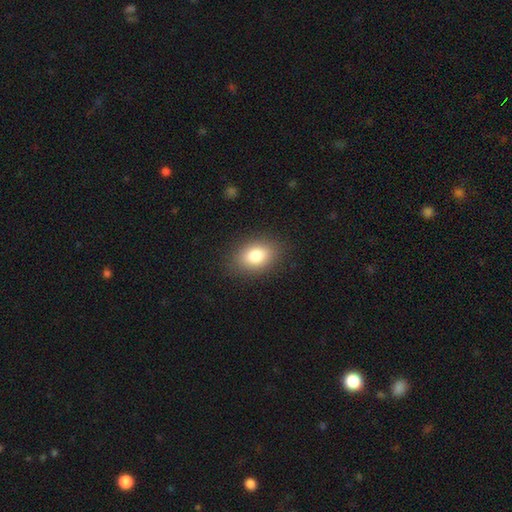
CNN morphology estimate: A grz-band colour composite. It shows a smooth galaxy with no disk features (82%) that is in between round and cigar-shaped (82%). Merging: none (86%).